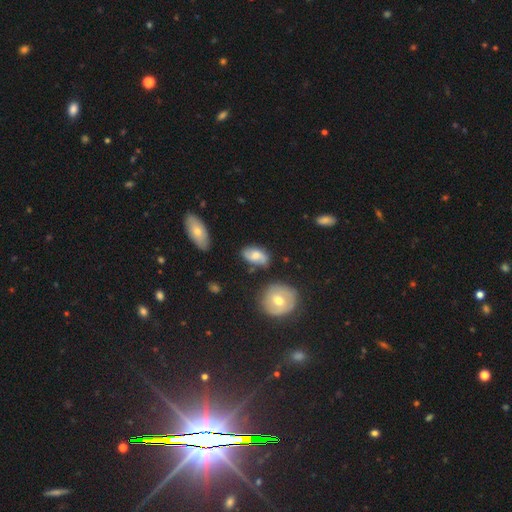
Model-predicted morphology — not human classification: Smooth or featured: smooth — 58% (featured or disk — 34%)
How rounded: in between — 89% (round — 9%)
Merging: none — 68% (minor disturbance — 21%)